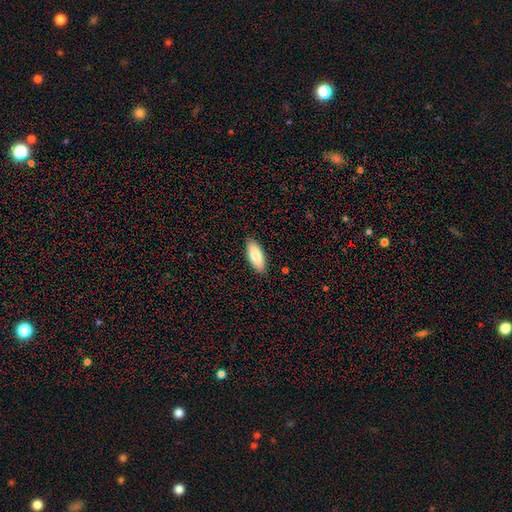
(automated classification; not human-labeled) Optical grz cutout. It shows a smooth galaxy with no disk features (84%) that is in between round and cigar-shaped (76%). Merging: none (88%).